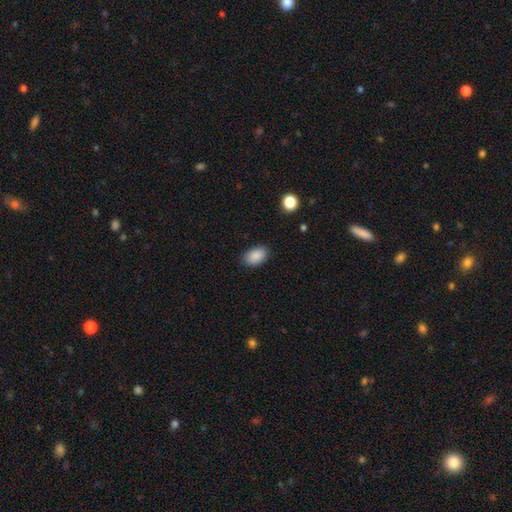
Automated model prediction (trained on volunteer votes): Smooth or featured?
  - smooth: 89% *
  - star or artifact: 8%
  - featured or disk: 3%
How rounded?
  - in between: 89% *
  - round: 9%
  - cigar-shaped: 1%
Merging?
  - none: 86% *
  - minor disturbance: 11%
  - major disturbance: 2%
  - merger: 1%